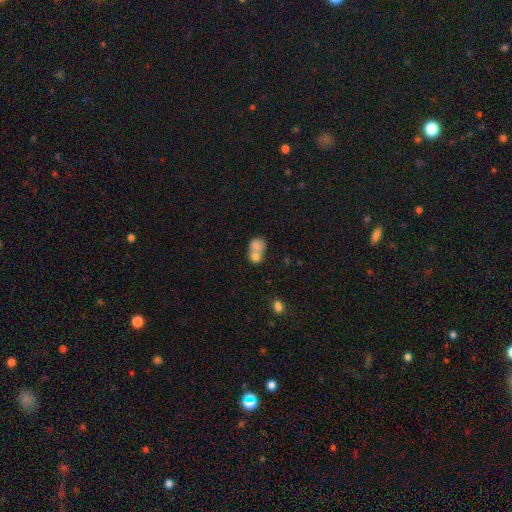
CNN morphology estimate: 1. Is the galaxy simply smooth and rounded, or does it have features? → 77% smooth, 14% featured or disk, 9% star or artifact.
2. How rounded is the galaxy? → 54% round, 44% in between, 1% cigar-shaped.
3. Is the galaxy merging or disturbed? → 69% merger, 21% none, 6% minor disturbance, 4% major disturbance.